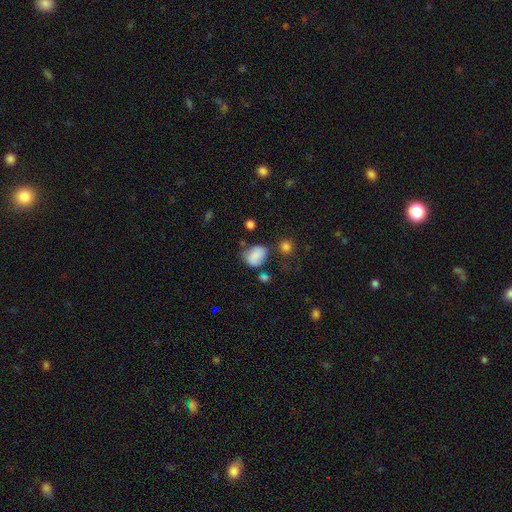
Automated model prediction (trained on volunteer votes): This is likely a smooth galaxy (78%). How rounded: likely in between (66%). Merging: possibly none (49%).